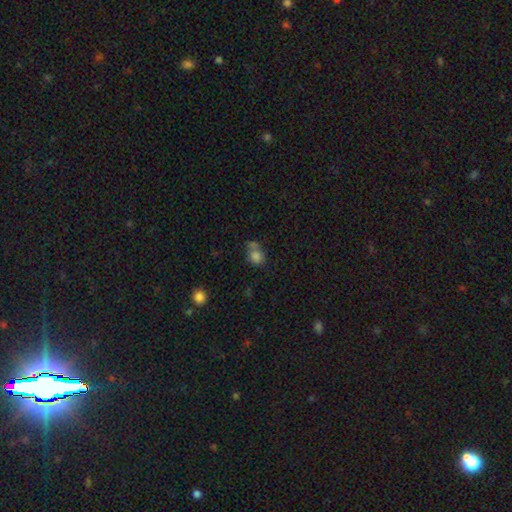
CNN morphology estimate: This is likely a smooth galaxy (80%). How rounded: likely round (62%). Merging: marginally none (42%).